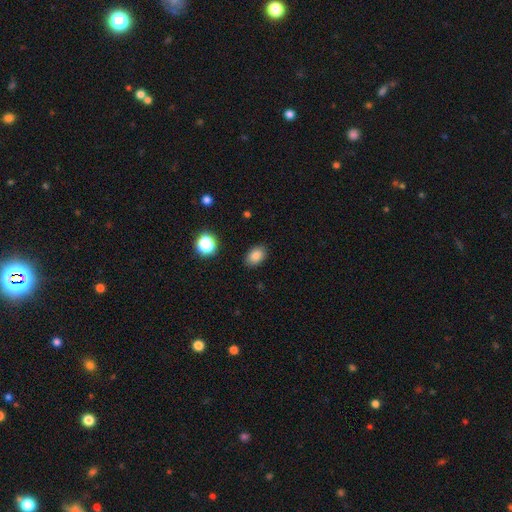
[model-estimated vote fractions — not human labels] Smooth or featured? Predicted: smooth (p=0.84). How rounded? Predicted: in between (p=0.81). Merging? Predicted: none (p=0.87).